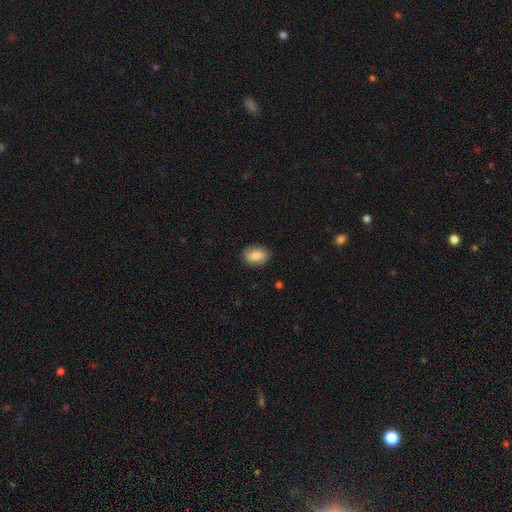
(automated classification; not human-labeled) A smooth galaxy with no disk features (83%) that is in between round and cigar-shaped (80%). Merging: none (85%).